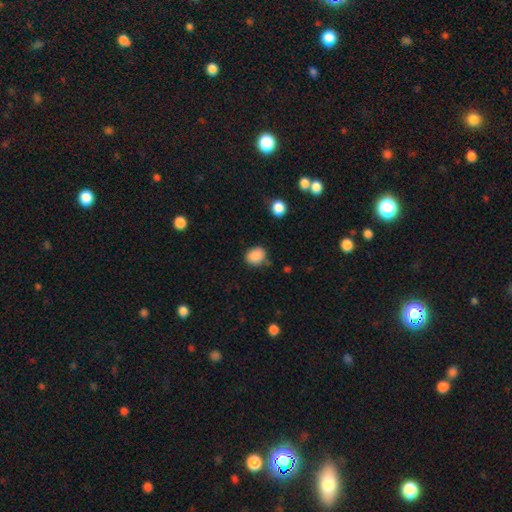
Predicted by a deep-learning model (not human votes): A smooth galaxy with no disk features (88%) that is round (55%). Merging: none (76%).